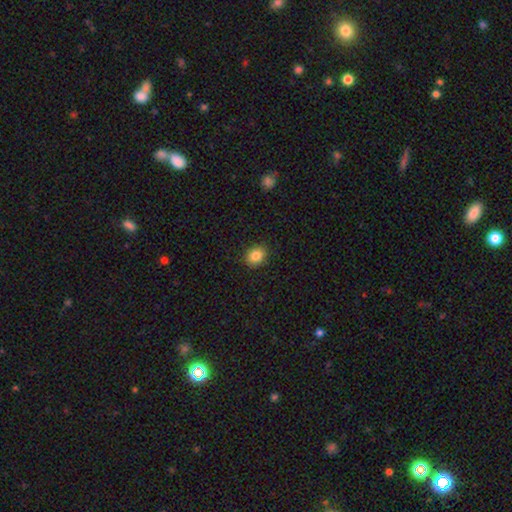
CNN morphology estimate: Smooth or featured?
  - smooth: 85% *
  - star or artifact: 9%
  - featured or disk: 5%
How rounded?
  - round: 54% *
  - in between: 45%
  - cigar-shaped: 1%
Merging?
  - none: 89% *
  - minor disturbance: 8%
  - major disturbance: 2%
  - merger: 1%